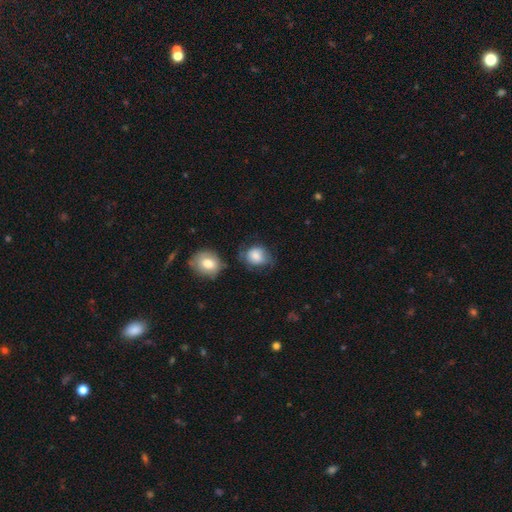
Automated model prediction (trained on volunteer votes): This is likely a smooth galaxy (78%). How rounded: possibly round (52%). Merging: marginally none (41%).